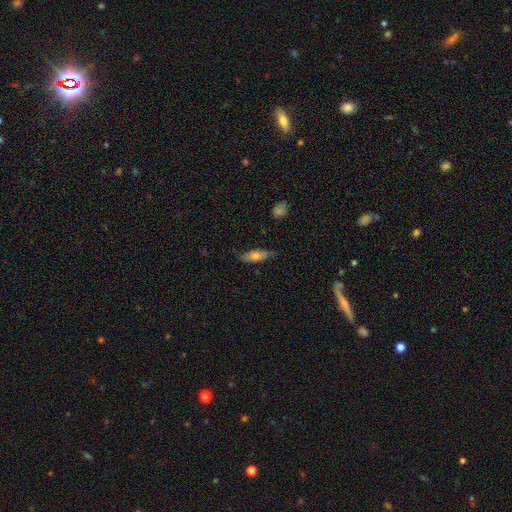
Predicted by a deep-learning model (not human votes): Smooth or featured? smooth (64%)
How rounded? in between (55%)
Merging? none (72%)